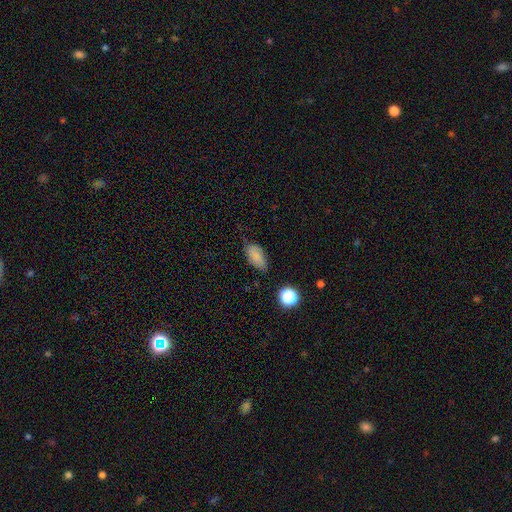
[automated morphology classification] type=smooth (81%); roundness=in between (90%); merging=none (64%).